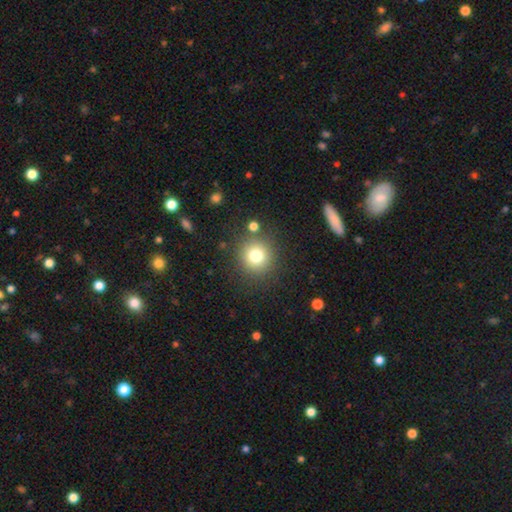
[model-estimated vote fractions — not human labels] This appears to be a smooth galaxy with no disk features (77%) that is round (92%). Merging: none (84%).